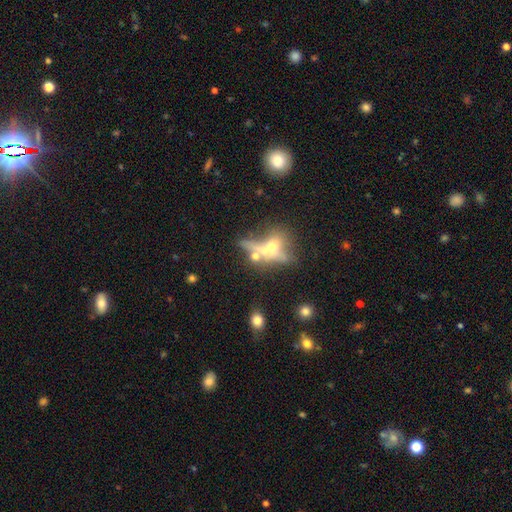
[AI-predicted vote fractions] Smooth or featured? Predicted: featured or disk (p=0.44). Merging? Predicted: merger (p=0.44).